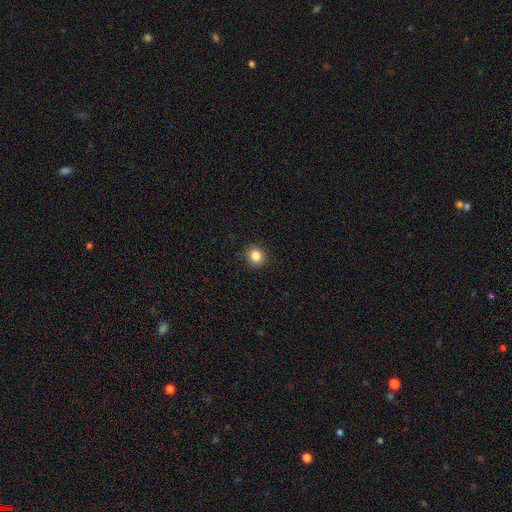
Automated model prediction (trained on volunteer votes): A smooth galaxy with no disk features (85%) that is round (83%).

Vote fractions:
- Smooth or featured? smooth: 85% / star or artifact: 11% / featured or disk: 5%
- How rounded? round: 83% / in between: 16% / cigar-shaped: 1%
- Merging? none: 91% / minor disturbance: 6% / major disturbance: 2% / merger: 1%